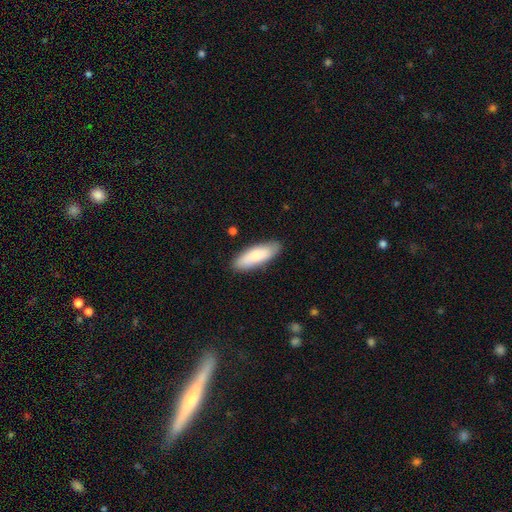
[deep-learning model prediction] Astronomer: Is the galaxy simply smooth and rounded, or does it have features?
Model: smooth — 77%.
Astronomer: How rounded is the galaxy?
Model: in between — 59% (runner-up: cigar-shaped, 39%).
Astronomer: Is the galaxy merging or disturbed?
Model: none — 84%.